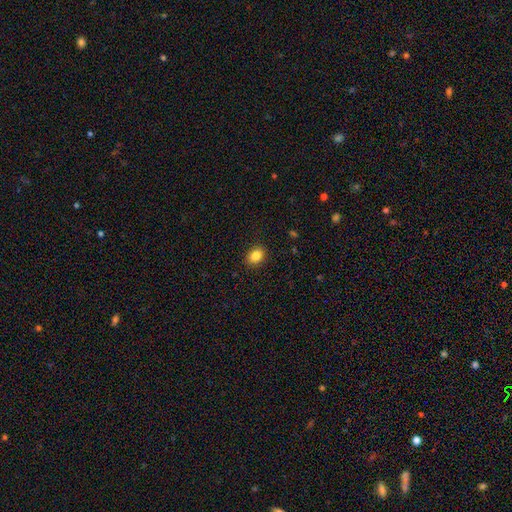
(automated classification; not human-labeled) Smooth or featured?
  - smooth: 85% *
  - star or artifact: 10%
  - featured or disk: 5%
How rounded?
  - in between: 57% *
  - round: 42%
  - cigar-shaped: 1%
Merging?
  - none: 90% *
  - minor disturbance: 7%
  - major disturbance: 2%
  - merger: 1%